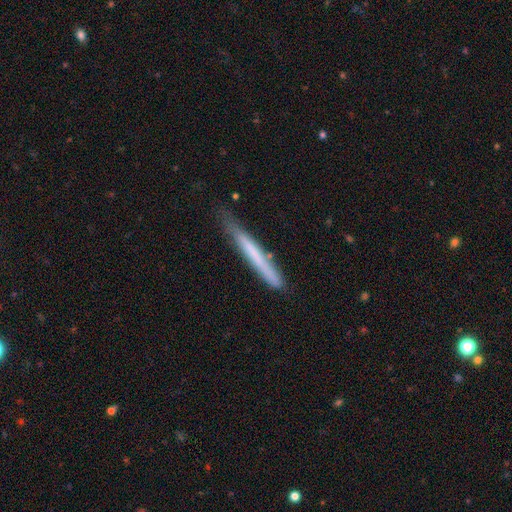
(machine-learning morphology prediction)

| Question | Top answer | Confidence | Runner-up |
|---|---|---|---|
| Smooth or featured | smooth | 58% | featured or disk (36%) |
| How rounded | cigar-shaped | 97% | in between (2%) |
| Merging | none | 70% | minor disturbance (24%) |